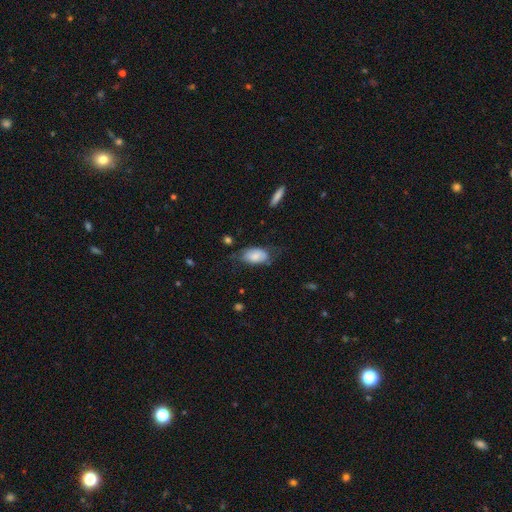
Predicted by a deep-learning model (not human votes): Overall: smooth (76%). How rounded: in between (93%). Merging: none (50%; minor disturbance 32%).